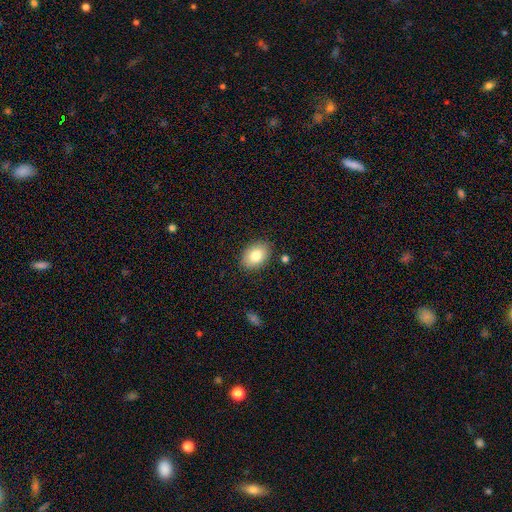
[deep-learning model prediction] Overall: smooth (82%). How rounded: in between (79%). Merging: none (87%).